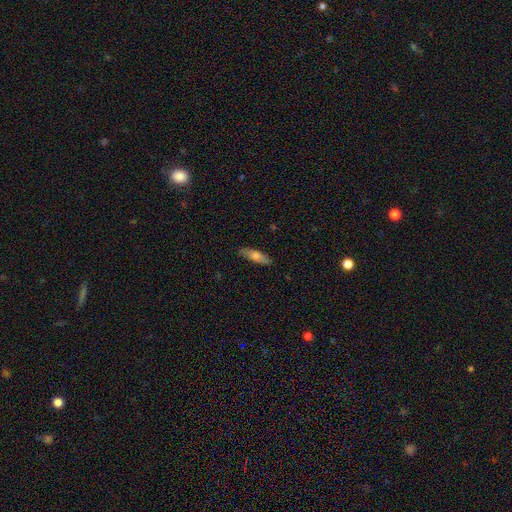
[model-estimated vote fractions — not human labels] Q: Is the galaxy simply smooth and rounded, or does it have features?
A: smooth — 64%.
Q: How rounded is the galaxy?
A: cigar-shaped — 54%.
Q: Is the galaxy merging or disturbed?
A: none — 86%.